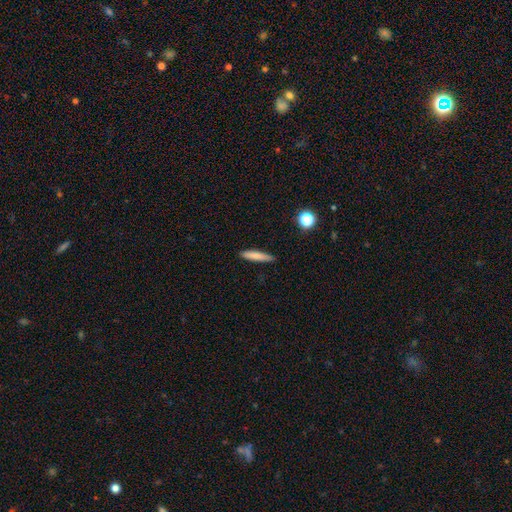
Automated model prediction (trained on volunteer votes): Smooth or featured? smooth (79%)
How rounded? cigar-shaped (90%)
Merging? none (88%)